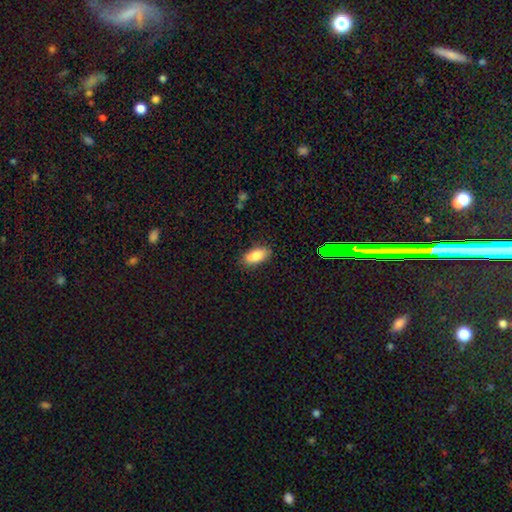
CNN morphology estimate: type=smooth (84%); roundness=in between (86%); merging=none (84%).